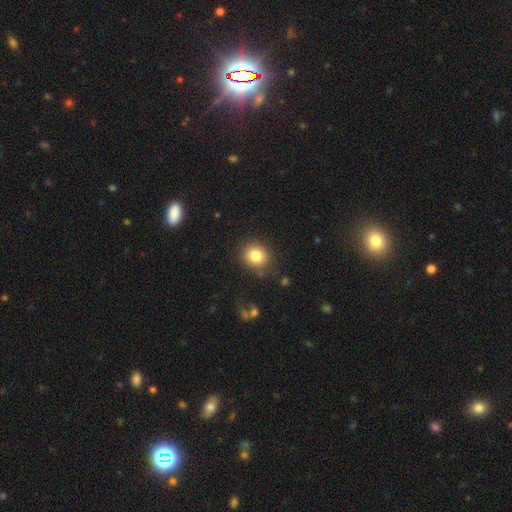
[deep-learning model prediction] smooth_or_featured: smooth (p=0.84) [alt: star or artifact p=0.10]
how_rounded: round (p=0.73) [alt: in between p=0.26]
merging: none (p=0.83) [alt: minor disturbance p=0.11]